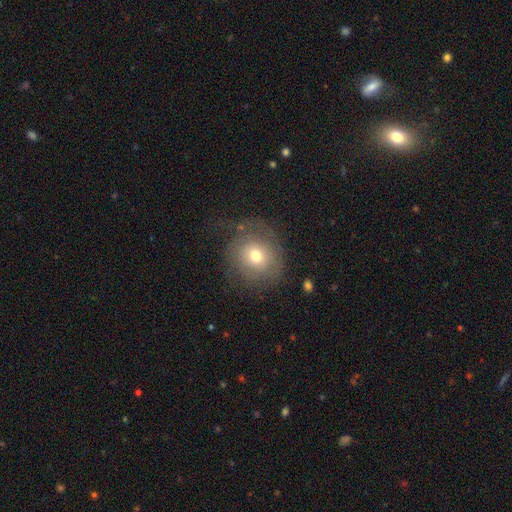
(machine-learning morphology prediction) smooth 61%, featured or disk 28%, star or artifact 11%. Down the decision tree: how rounded — round (84%); merging — none (59%).